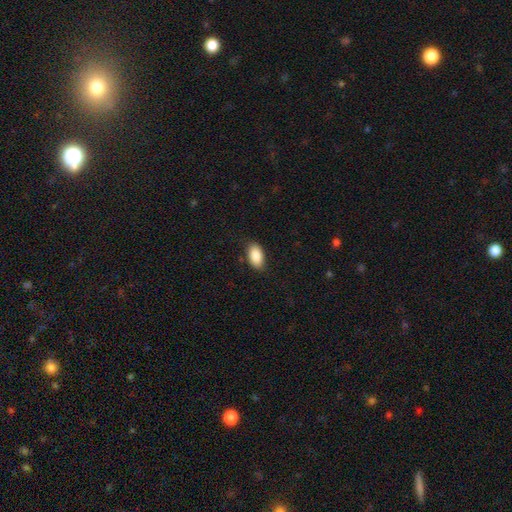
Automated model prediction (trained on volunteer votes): Morphology: type=smooth (89%); roundness=in between (94%); merging=none (85%).